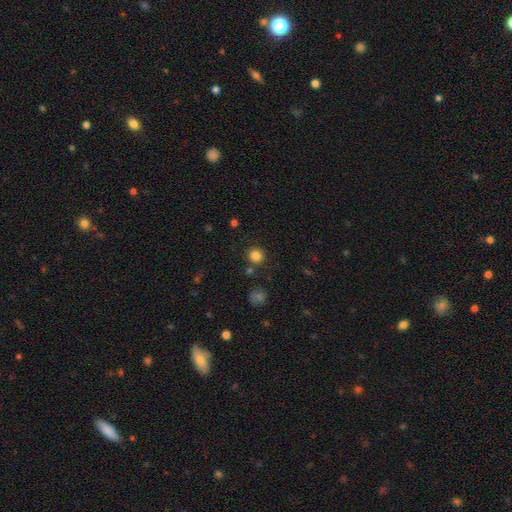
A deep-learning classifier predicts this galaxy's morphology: This is clearly a smooth galaxy (82%). How rounded: clearly round (92%). Merging: clearly none (84%).